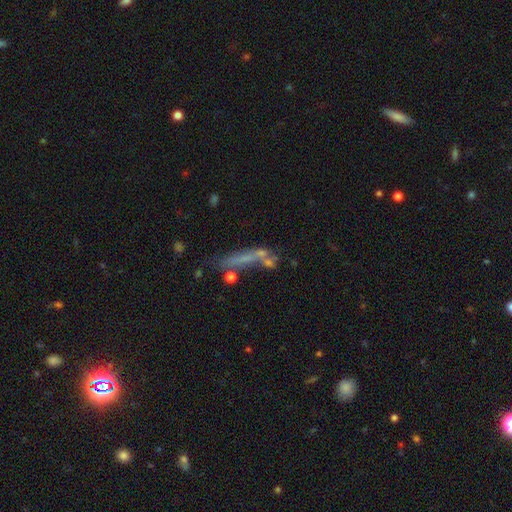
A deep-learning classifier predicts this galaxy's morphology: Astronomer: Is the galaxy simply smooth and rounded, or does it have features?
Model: smooth — 41% (runner-up: featured or disk, 40%).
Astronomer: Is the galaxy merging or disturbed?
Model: none — 48%.